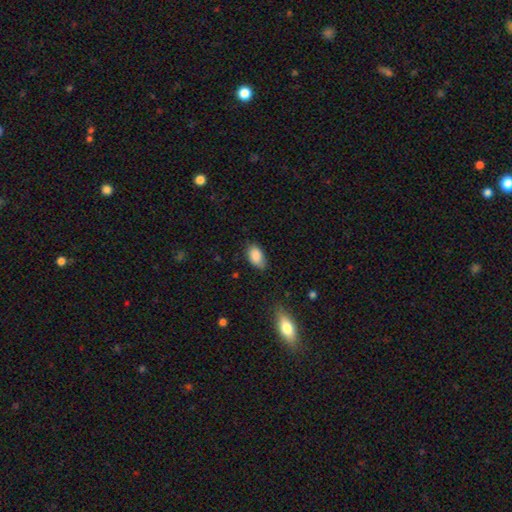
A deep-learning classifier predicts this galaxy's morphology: Smooth or featured?
  - smooth: 87% *
  - star or artifact: 7%
  - featured or disk: 6%
How rounded?
  - in between: 92% *
  - round: 6%
  - cigar-shaped: 2%
Merging?
  - none: 72% *
  - minor disturbance: 22%
  - major disturbance: 4%
  - merger: 1%